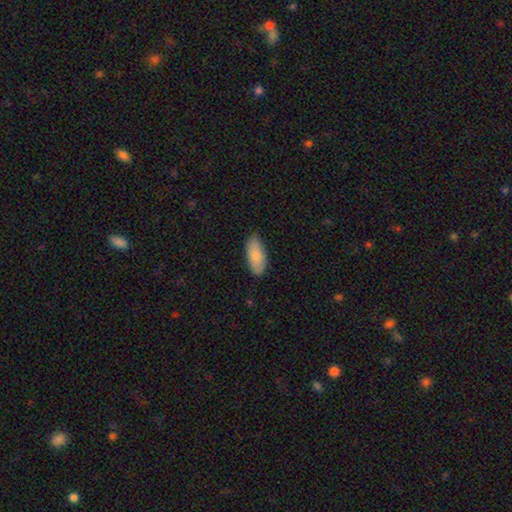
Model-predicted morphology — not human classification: This is clearly a smooth galaxy (85%). How rounded: clearly in between (87%). Merging: clearly none (83%).